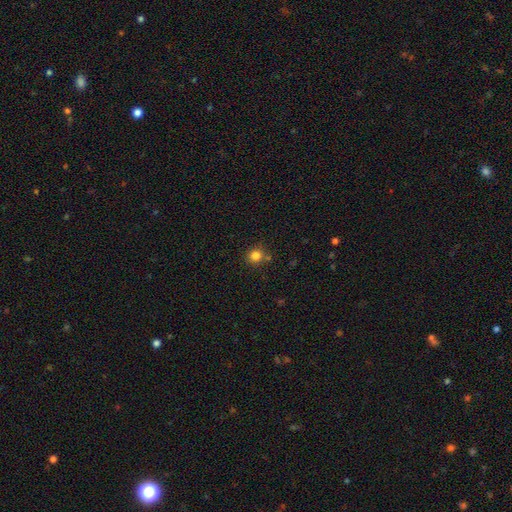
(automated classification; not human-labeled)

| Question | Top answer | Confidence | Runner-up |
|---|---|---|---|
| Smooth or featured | smooth | 82% | star or artifact (13%) |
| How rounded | round | 91% | in between (8%) |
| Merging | none | 79% | minor disturbance (10%) |